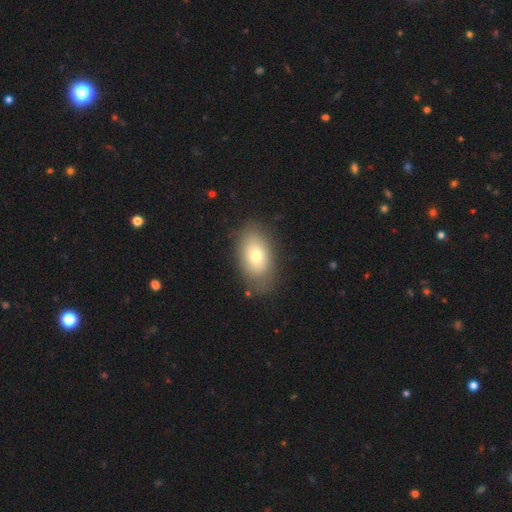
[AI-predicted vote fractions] smooth_or_featured: smooth (p=0.71) [alt: featured or disk p=0.20]
how_rounded: in between (p=0.89) [alt: round p=0.10]
merging: none (p=0.79) [alt: minor disturbance p=0.14]